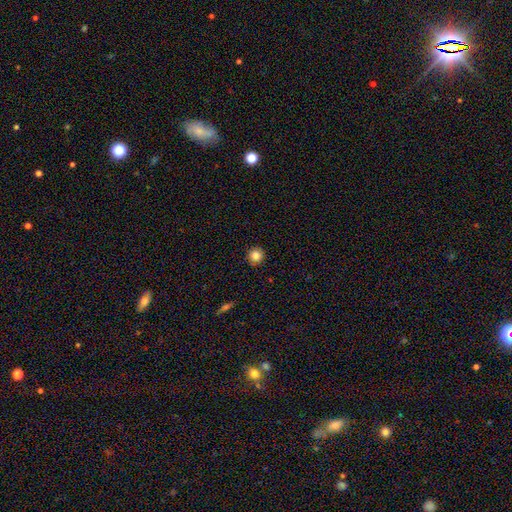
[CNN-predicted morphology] A smooth galaxy with no disk features (83%) that is round (94%). Merging: none (92%).